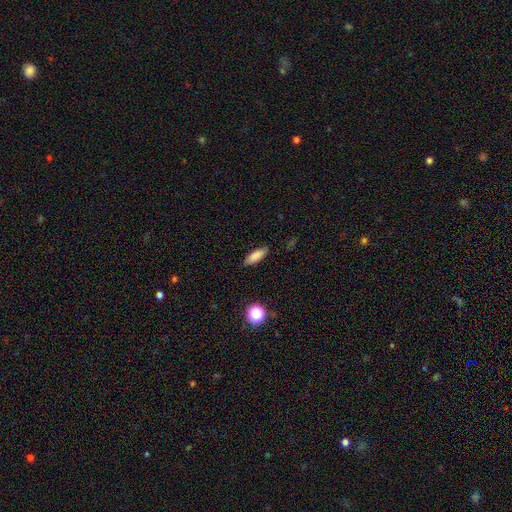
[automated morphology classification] smooth_or_featured: smooth (p=0.83) [alt: star or artifact p=0.10]
how_rounded: in between (p=0.60) [alt: cigar-shaped p=0.37]
merging: none (p=0.84) [alt: minor disturbance p=0.12]